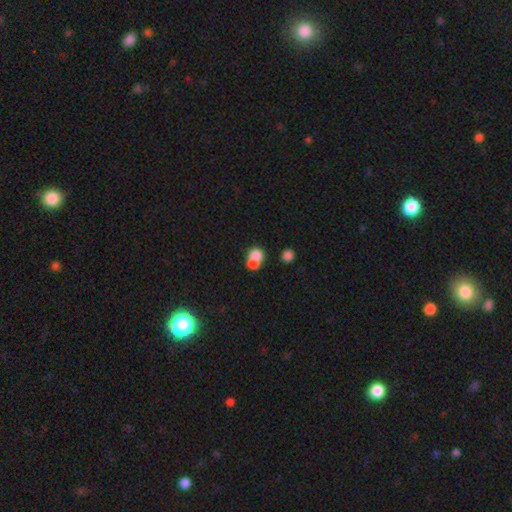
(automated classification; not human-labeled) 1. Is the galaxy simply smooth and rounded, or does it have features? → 74% smooth, 17% featured or disk, 10% star or artifact.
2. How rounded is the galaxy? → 67% round, 32% in between, 1% cigar-shaped.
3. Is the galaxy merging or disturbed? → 69% merger, 22% none, 5% minor disturbance, 3% major disturbance.